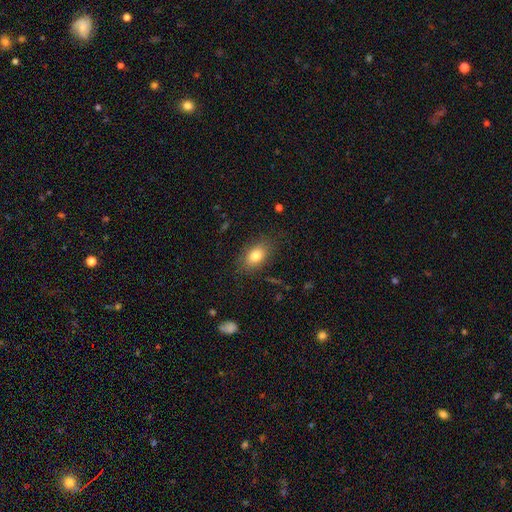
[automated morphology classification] type=smooth (81%); roundness=in between (85%); merging=none (81%).